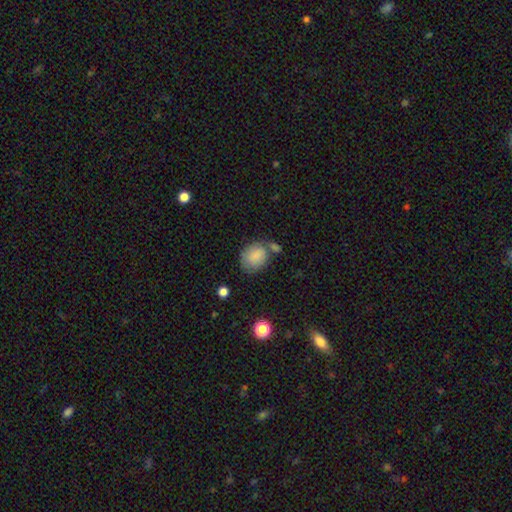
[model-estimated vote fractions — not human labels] This is clearly a smooth galaxy (83%). How rounded: possibly in between (51%). Merging: possibly none (52%).